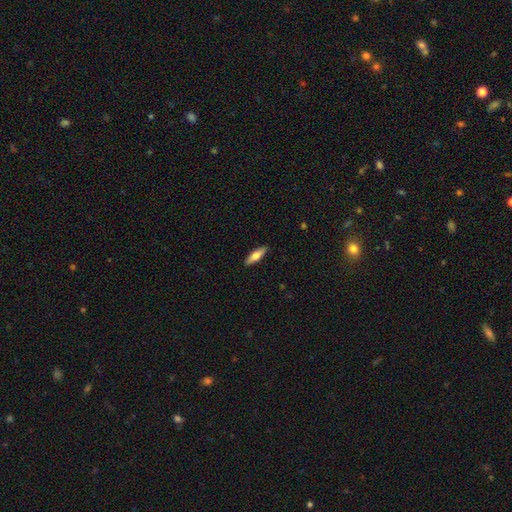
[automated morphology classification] This is possibly a smooth galaxy (59%). How rounded: likely cigar-shaped (61%). Merging: clearly none (90%).